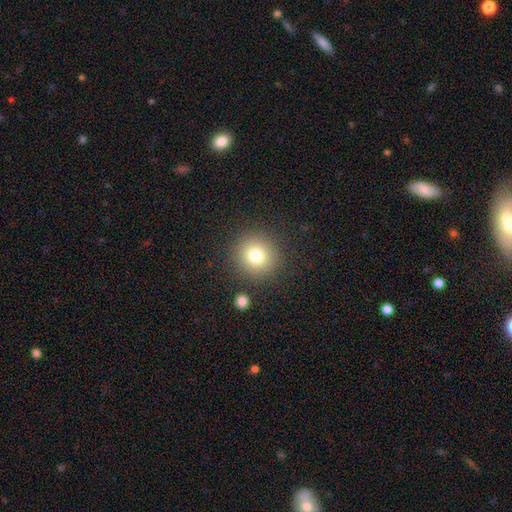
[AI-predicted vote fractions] A smooth galaxy with no disk features (78%) that is round (94%).

Vote fractions:
- Smooth or featured? smooth: 78% / star or artifact: 13% / featured or disk: 10%
- How rounded? round: 94% / in between: 5% / cigar-shaped: 1%
- Merging? none: 87% / minor disturbance: 7% / merger: 3% / major disturbance: 3%